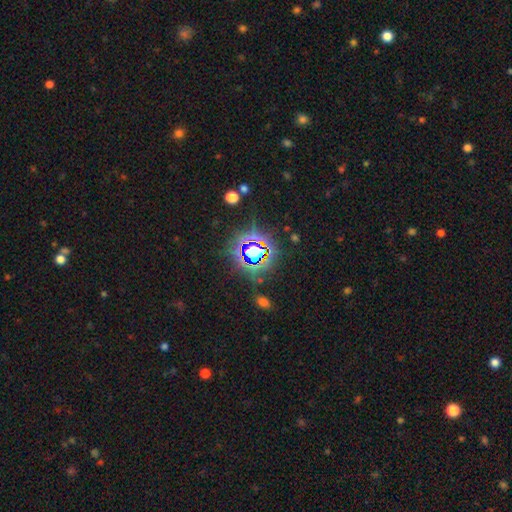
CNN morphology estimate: This is likely a star or artifact rather than a galaxy (79%).